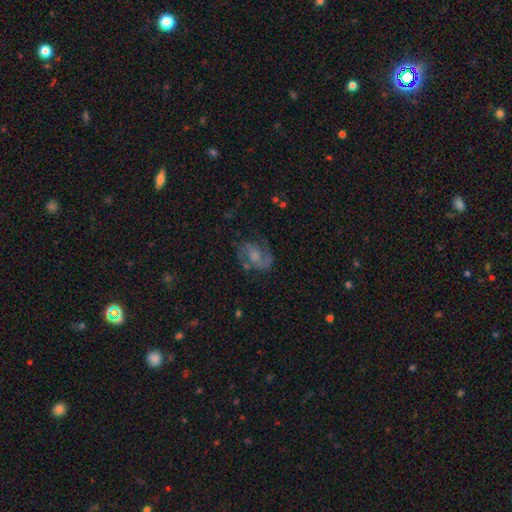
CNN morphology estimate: This is likely a featured or disk galaxy (77%). It is clearly not viewed edge-on (97%). Bar: possibly no (54%). Spiral arm pattern: clearly yes (92%). Spiral arm count: clearly 2 (86%). Spiral winding: possibly medium (54%). Central bulge: marginally moderate (38%). Merging: likely none (72%).